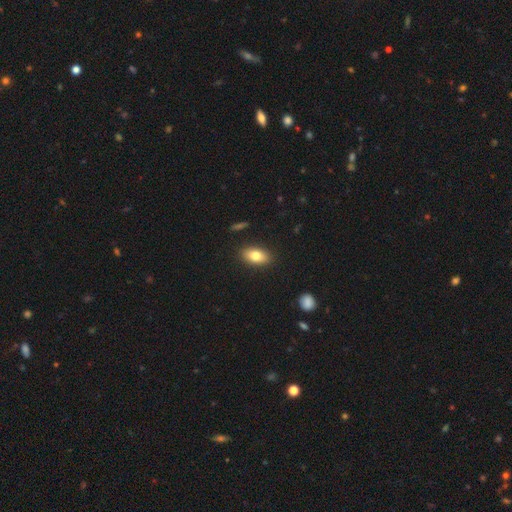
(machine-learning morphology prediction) This is likely a smooth galaxy (78%). How rounded: clearly in between (88%). Merging: clearly none (88%).